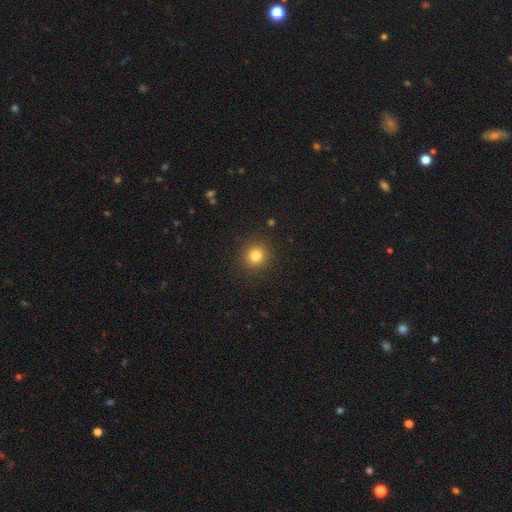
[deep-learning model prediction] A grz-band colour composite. It shows a smooth galaxy with no disk features (82%) that is round (91%). Merging: none (90%).